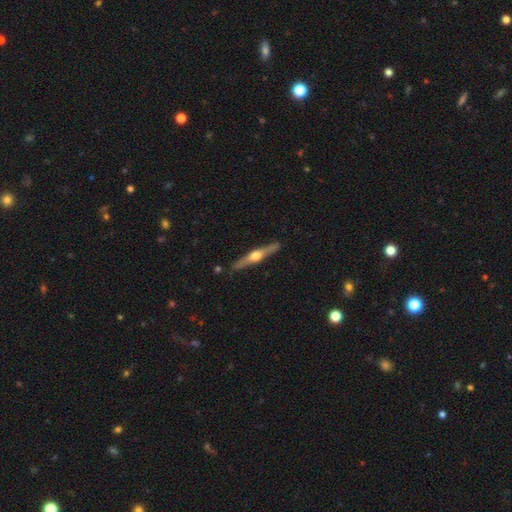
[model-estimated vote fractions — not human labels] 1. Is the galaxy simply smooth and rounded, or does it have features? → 72% featured or disk, 23% smooth, 5% star or artifact.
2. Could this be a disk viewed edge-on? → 97% yes, 3% no.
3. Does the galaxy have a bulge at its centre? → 94% rounded, 3% boxy, 3% none.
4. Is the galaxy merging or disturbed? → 88% none, 9% minor disturbance, 2% merger, 2% major disturbance.